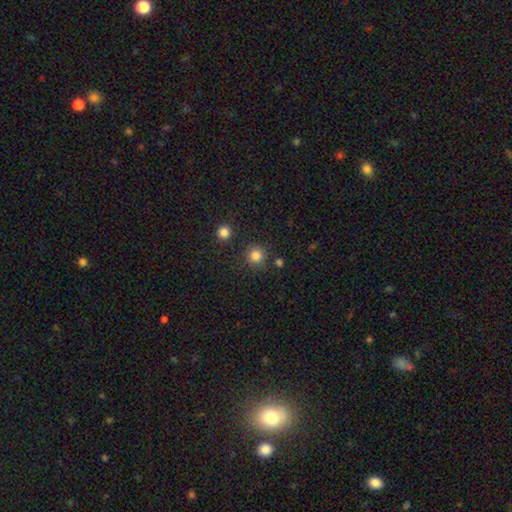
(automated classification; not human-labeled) Morphology: type=smooth (83%); roundness=round (94%); merging=none (85%).